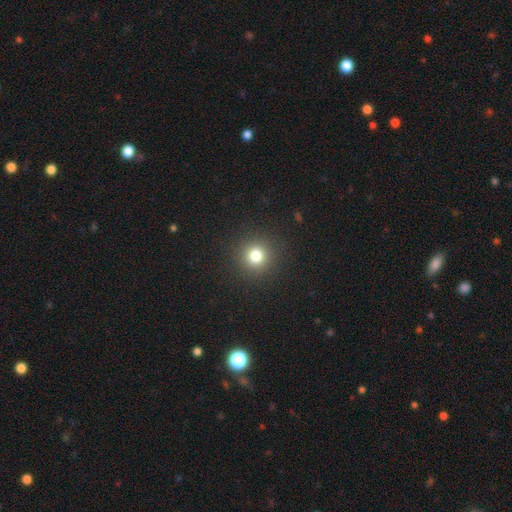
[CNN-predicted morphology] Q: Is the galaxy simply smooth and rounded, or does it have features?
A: smooth — 79%.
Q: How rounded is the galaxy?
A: round — 94%.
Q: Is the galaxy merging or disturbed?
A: none — 91%.